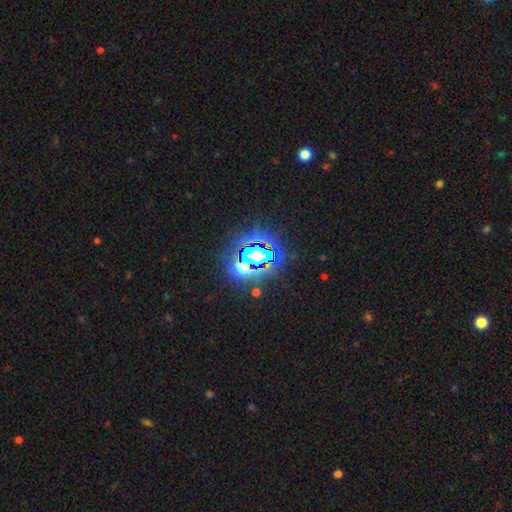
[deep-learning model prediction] A star or artifact, not a galaxy (69%).